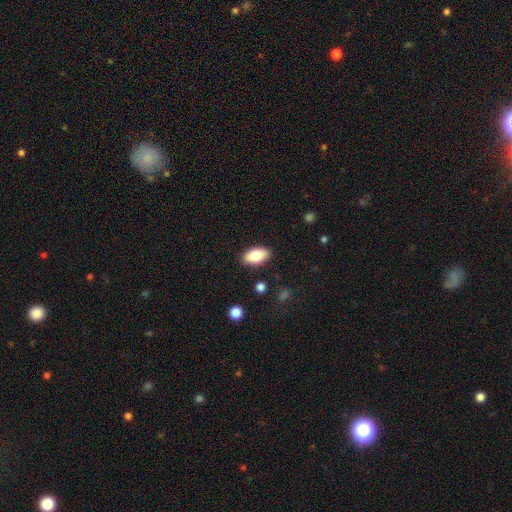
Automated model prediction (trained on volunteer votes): Overall: smooth (83%). How rounded: in between (93%). Merging: none (88%).